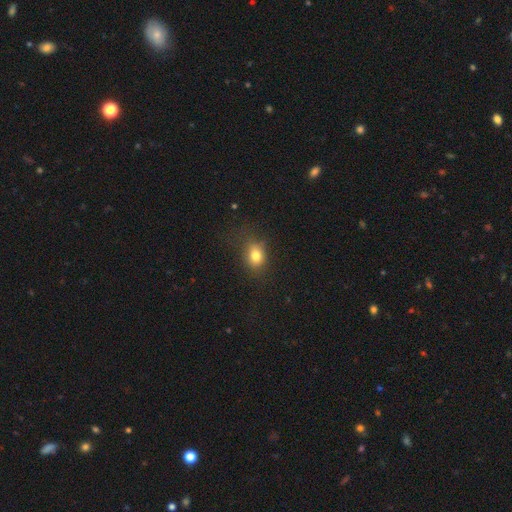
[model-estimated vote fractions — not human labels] A smooth galaxy with no disk features (79%) that is in between round and cigar-shaped (57%). Merging: none (71%).